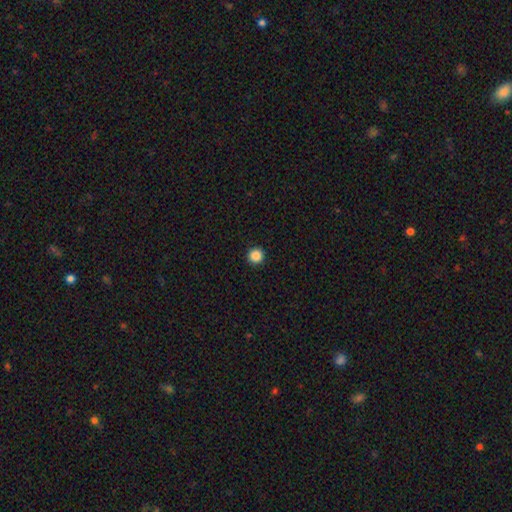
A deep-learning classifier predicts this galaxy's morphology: This appears to be a smooth galaxy with no disk features (87%) that is round (96%). Merging: none (94%).